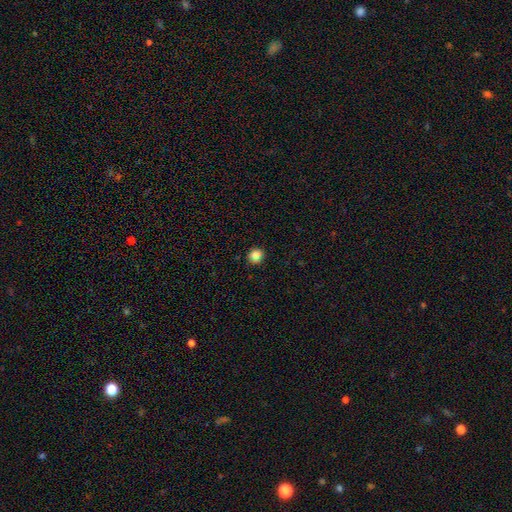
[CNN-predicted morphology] This appears to be a smooth galaxy with no disk features (83%) that is round (89%). Merging: none (91%).